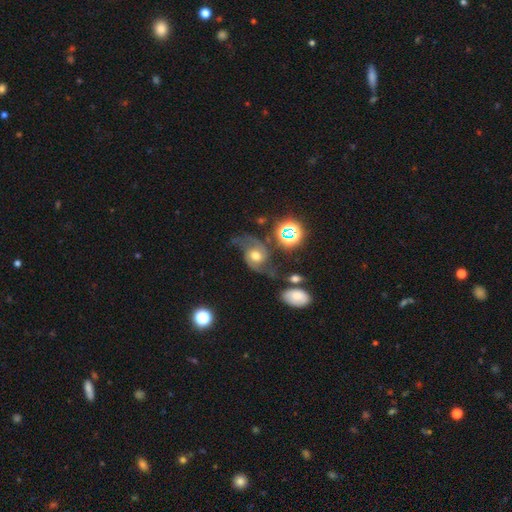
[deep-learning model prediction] This is likely a featured or disk galaxy (78%). It is clearly not viewed edge-on (97%). Bar: possibly no (59%). Spiral arm pattern: clearly yes (94%). Spiral arm count: clearly 2 (92%). Spiral winding: possibly loose (58%). Central bulge: likely moderate (66%). Merging: possibly none (54%).